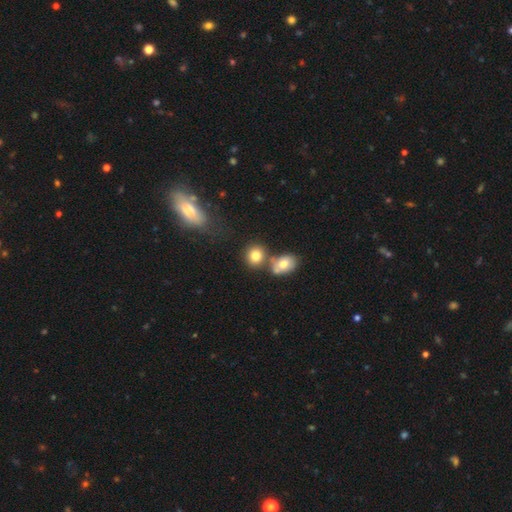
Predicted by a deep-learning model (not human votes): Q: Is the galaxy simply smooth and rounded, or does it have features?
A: smooth — 79%.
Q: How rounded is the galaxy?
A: round — 73%.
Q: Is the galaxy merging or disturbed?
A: none — 57%.